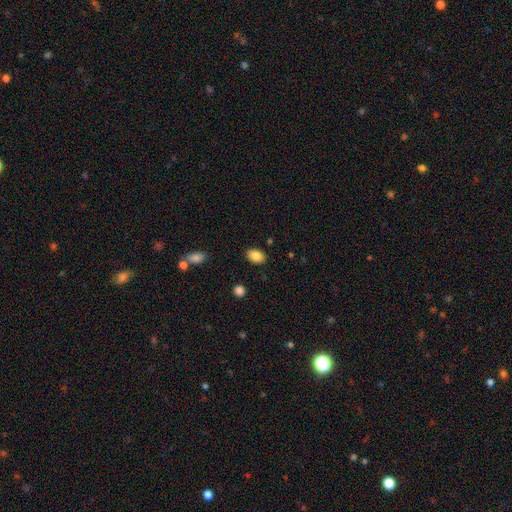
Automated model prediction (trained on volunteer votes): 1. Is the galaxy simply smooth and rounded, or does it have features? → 86% smooth, 8% star or artifact, 6% featured or disk.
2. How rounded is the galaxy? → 83% in between, 15% round, 1% cigar-shaped.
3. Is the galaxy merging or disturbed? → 86% none, 9% minor disturbance, 2% major disturbance, 2% merger.